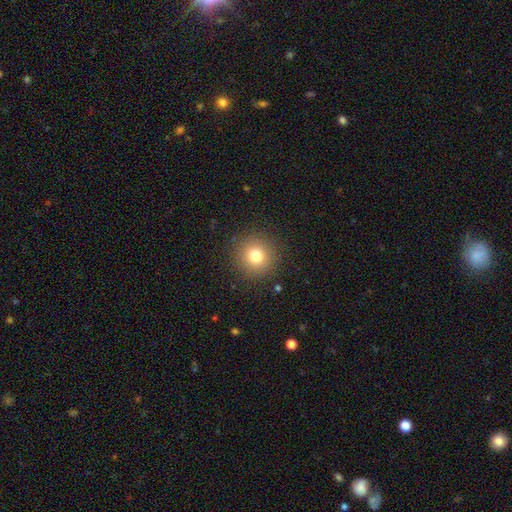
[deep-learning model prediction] This is likely a smooth galaxy (77%). How rounded: clearly round (95%). Merging: clearly none (91%).